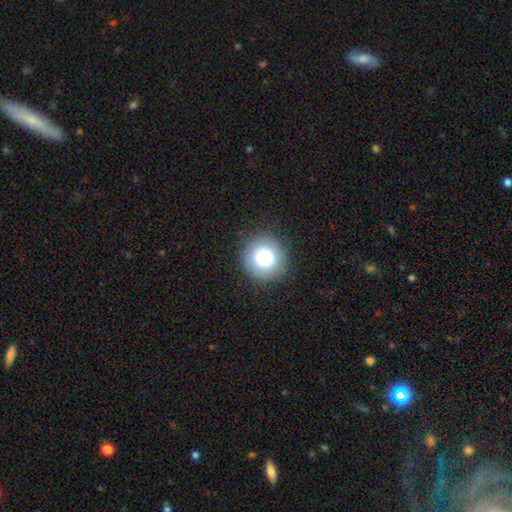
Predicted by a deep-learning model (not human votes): A smooth galaxy with no disk features (79%) that is round (94%). Merging: none (90%).